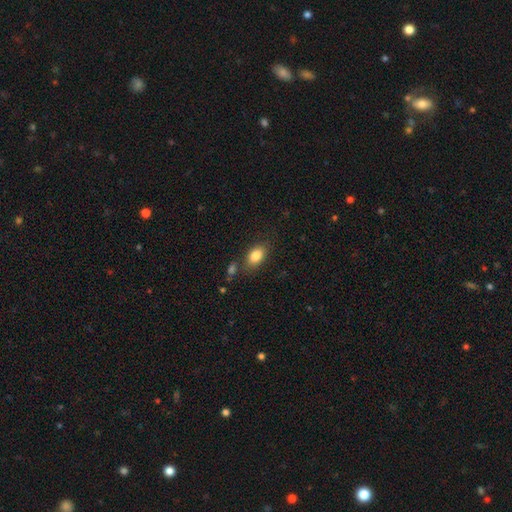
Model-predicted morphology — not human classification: Smooth or featured? Predicted: smooth (p=0.84). How rounded? Predicted: in between (p=0.87). Merging? Predicted: none (p=0.74).